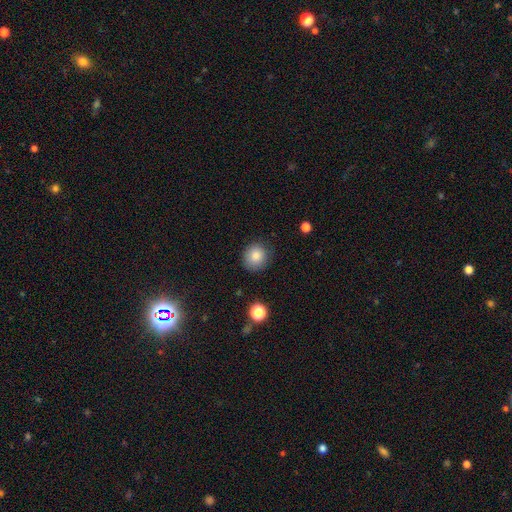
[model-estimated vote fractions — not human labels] Smooth or featured?
  - smooth: 84% *
  - star or artifact: 10%
  - featured or disk: 6%
How rounded?
  - round: 86% *
  - in between: 13%
  - cigar-shaped: 1%
Merging?
  - none: 85% *
  - minor disturbance: 10%
  - major disturbance: 3%
  - merger: 1%